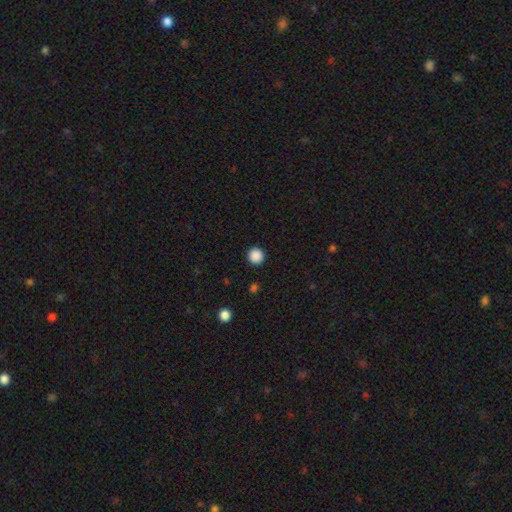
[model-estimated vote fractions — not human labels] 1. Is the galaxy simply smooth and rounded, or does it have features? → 88% smooth, 10% star or artifact, 2% featured or disk.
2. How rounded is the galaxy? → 95% round, 4% in between, 1% cigar-shaped.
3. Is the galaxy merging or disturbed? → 92% none, 5% minor disturbance, 2% major disturbance, 1% merger.